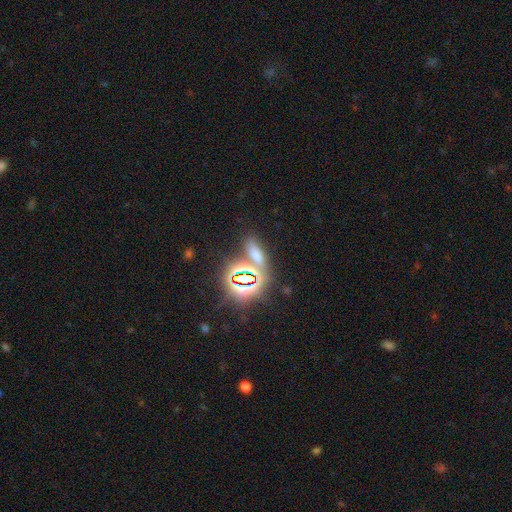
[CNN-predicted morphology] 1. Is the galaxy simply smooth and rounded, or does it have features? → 50% star or artifact, 39% smooth, 11% featured or disk.